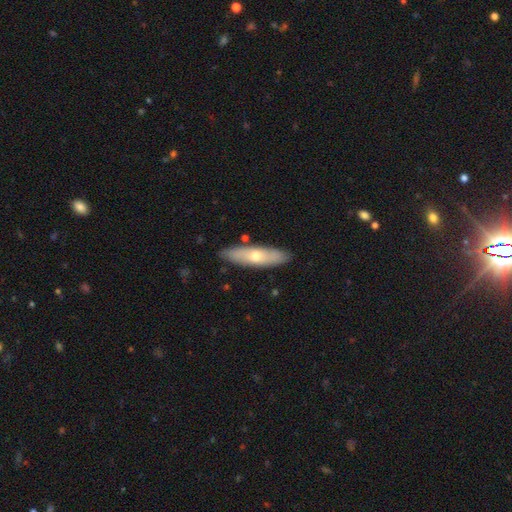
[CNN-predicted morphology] The model was most divided on "smooth or featured": smooth: 51%, featured or disk: 43%, star or artifact: 6%. More confident: merging — none (86%); how rounded — cigar-shaped (64%).